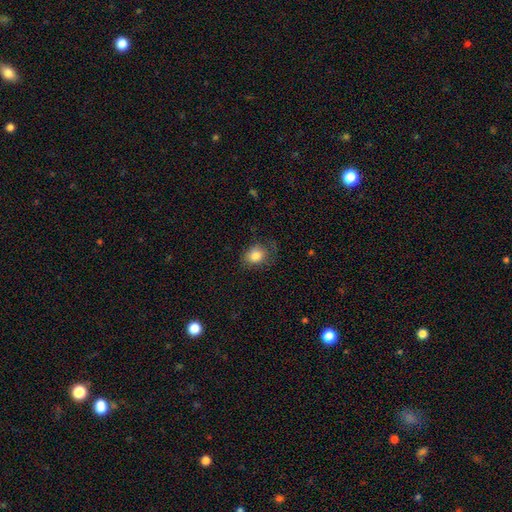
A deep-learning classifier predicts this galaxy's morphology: This appears to be a smooth galaxy with no disk features (83%) that is in between round and cigar-shaped (51%). Merging: none (68%).